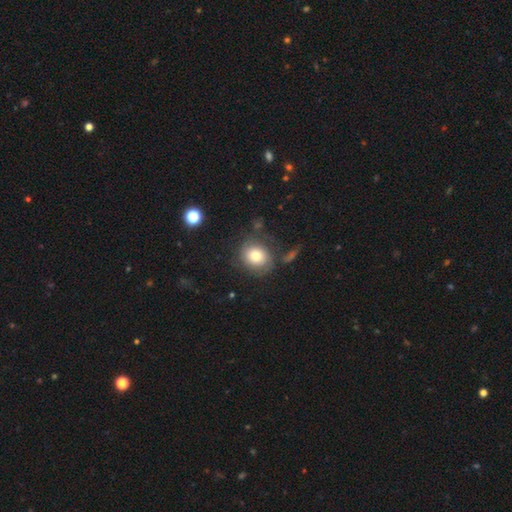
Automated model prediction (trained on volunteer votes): The model was most divided on "merging": none: 69%, minor disturbance: 17%, major disturbance: 9%, merger: 5%. More confident: smooth or featured — smooth (76%); how rounded — round (76%).